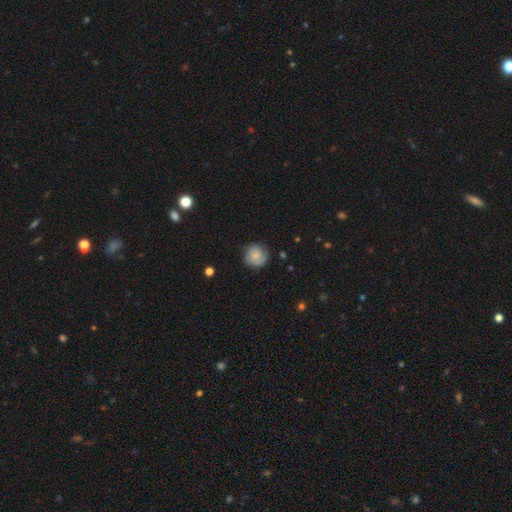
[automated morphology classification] A smooth galaxy with no disk features (63%) that is round (90%). Merging: none (77%).